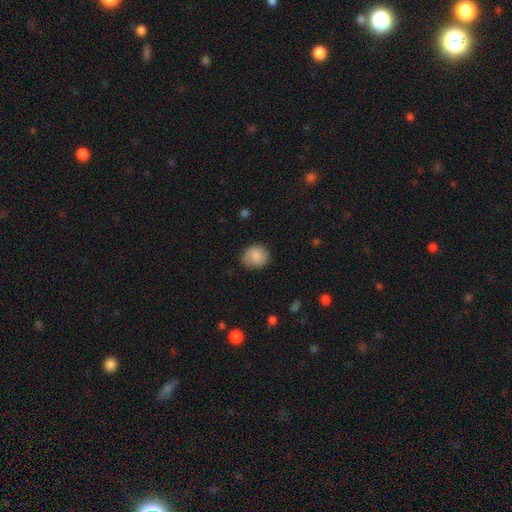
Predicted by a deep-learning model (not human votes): A smooth galaxy with no disk features (75%) that is round (72%).

Vote fractions:
- Smooth or featured? smooth: 75% / featured or disk: 17% / star or artifact: 8%
- How rounded? round: 72% / in between: 27% / cigar-shaped: 1%
- Merging? none: 72% / minor disturbance: 21% / major disturbance: 6% / merger: 1%